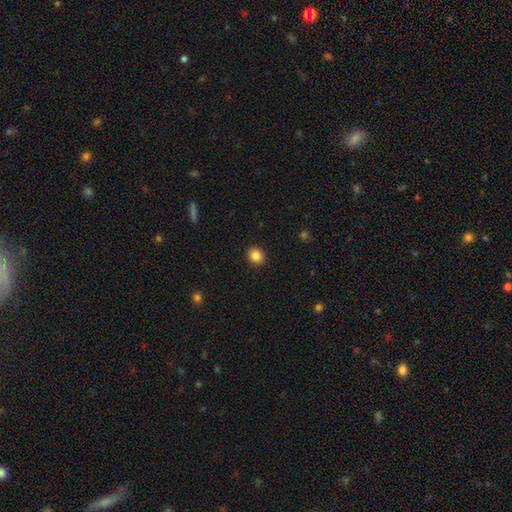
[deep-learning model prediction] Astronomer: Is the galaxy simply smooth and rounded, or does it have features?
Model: smooth — 86%.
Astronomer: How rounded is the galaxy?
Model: round — 75%.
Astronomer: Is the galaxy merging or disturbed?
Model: none — 92%.